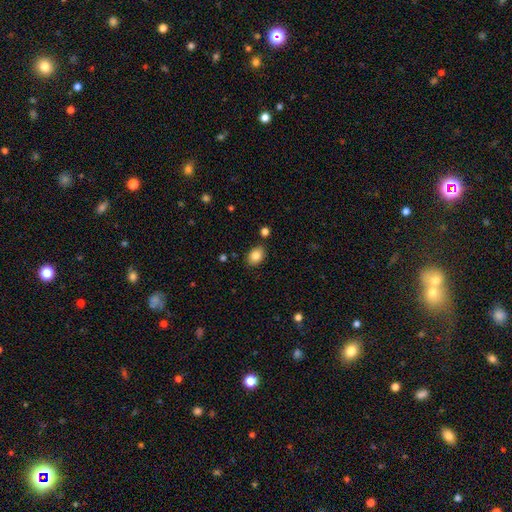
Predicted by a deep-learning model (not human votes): Smooth or featured?
  - smooth: 85% *
  - star or artifact: 8%
  - featured or disk: 6%
How rounded?
  - in between: 74% *
  - round: 24%
  - cigar-shaped: 1%
Merging?
  - none: 84% *
  - minor disturbance: 11%
  - merger: 3%
  - major disturbance: 3%